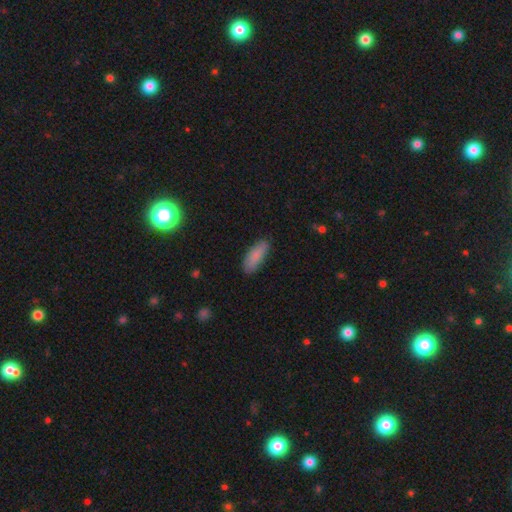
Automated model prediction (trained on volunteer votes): The model was most divided on "how rounded": in between: 70%, cigar-shaped: 28%, round: 2%. More confident: smooth or featured — smooth (86%); merging — none (81%).